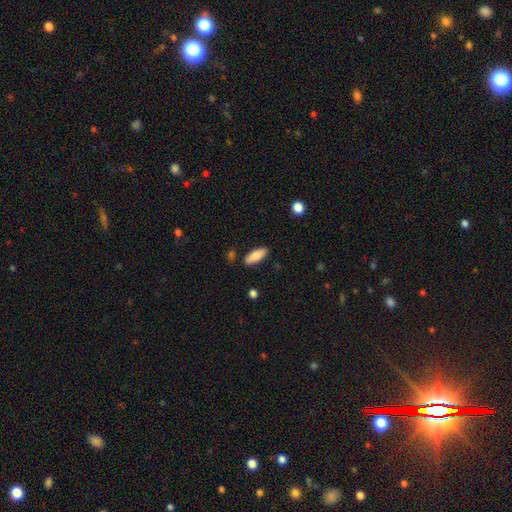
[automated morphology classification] Q: Smooth or featured?
A: smooth (84%); runner-up: featured or disk (10%)
Q: How rounded?
A: in between (68%); runner-up: cigar-shaped (30%)
Q: Merging?
A: none (86%); runner-up: minor disturbance (10%)